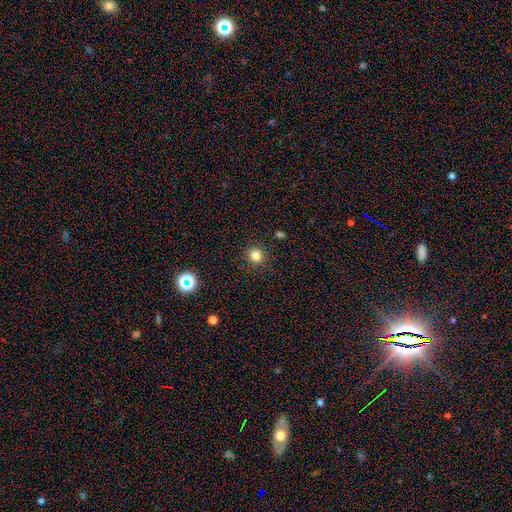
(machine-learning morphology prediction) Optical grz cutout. It shows a smooth galaxy with no disk features (81%) that is round (92%). Merging: none (90%).